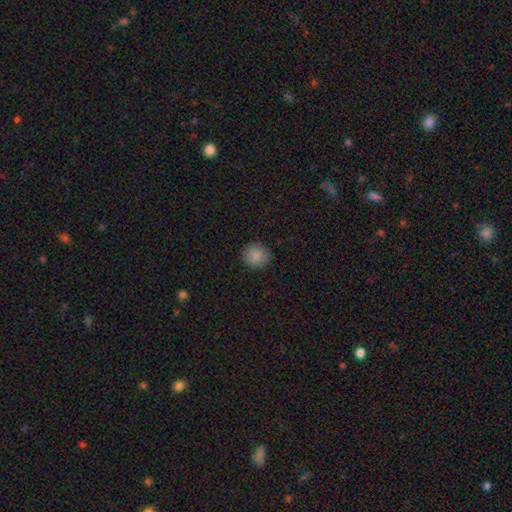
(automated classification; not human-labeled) smooth_or_featured: smooth (p=0.87) [alt: star or artifact p=0.09]
how_rounded: round (p=0.90) [alt: in between p=0.09]
merging: none (p=0.90) [alt: minor disturbance p=0.07]